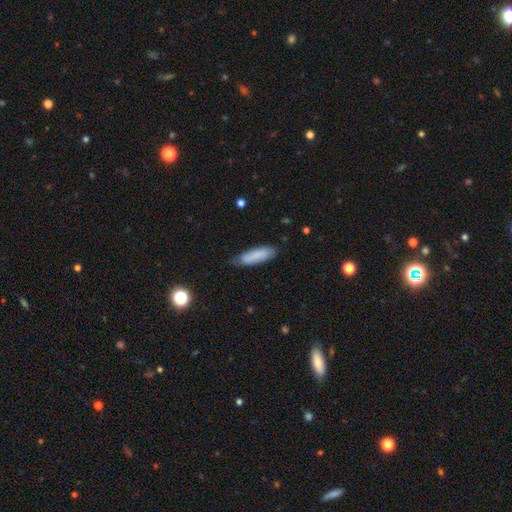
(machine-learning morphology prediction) smooth 81%, featured or disk 13%, star or artifact 6%. Down the decision tree: how rounded — cigar-shaped (59%); merging — none (72%).